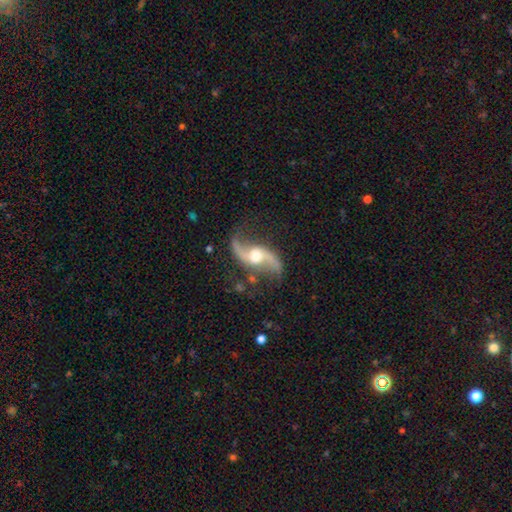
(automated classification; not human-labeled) Smooth or featured: featured or disk — 91% (star or artifact — 5%)
Edge-on disk: no — 95% (yes — 5%)
Bar: no — 49% (weak — 31%)
Spiral arms: yes — 97% (no — 3%)
Spiral winding: loose — 81% (medium — 16%)
Spiral arm count: 2 — 95% (1 — 1%)
Bulge size: moderate — 66% (large — 19%)
Merging: none — 77% (minor disturbance — 14%)